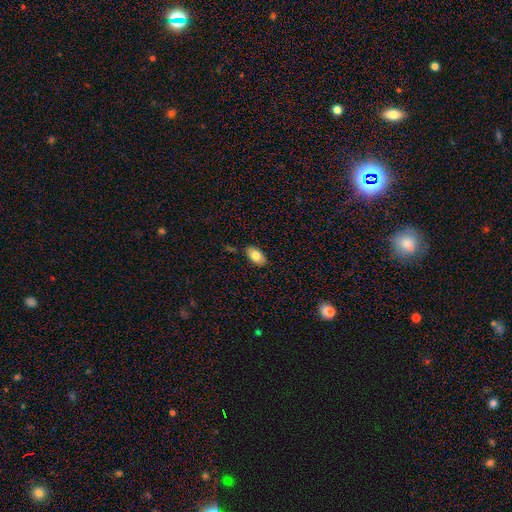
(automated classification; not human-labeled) smooth-or-featured: smooth: 81% | featured or disk: 12% | star or artifact: 7%
  how-rounded: in between: 93% | round: 5% | cigar-shaped: 2%
  merging: none: 84% | minor disturbance: 12% | major disturbance: 2% | merger: 2%